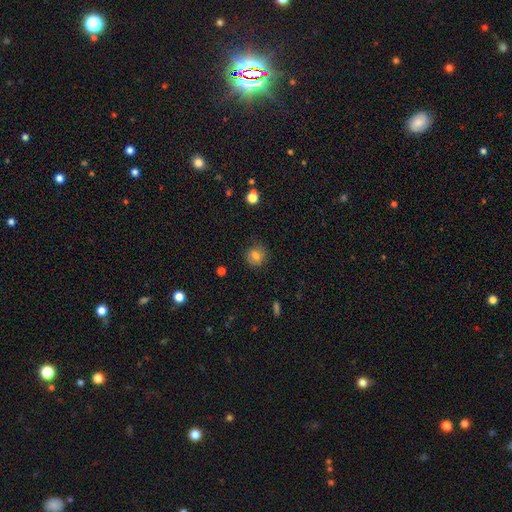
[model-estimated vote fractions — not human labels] Smooth or featured? smooth (77%)
How rounded? round (75%)
Merging? none (76%)